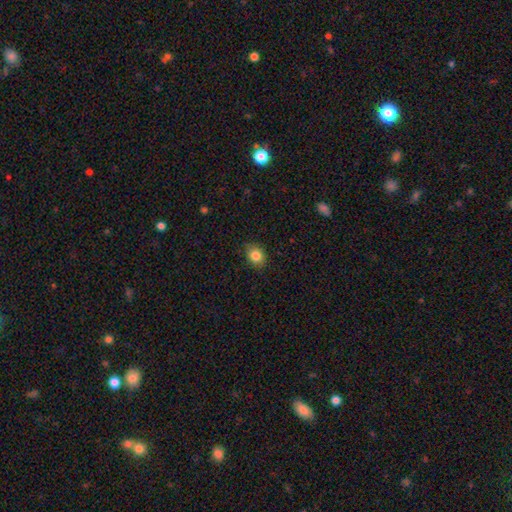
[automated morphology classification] A smooth galaxy with no disk features (85%) that is round (51%). Merging: none (85%).